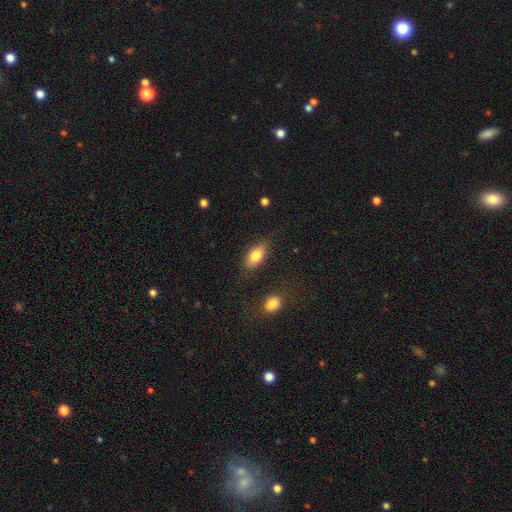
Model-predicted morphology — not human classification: type=smooth (79%); roundness=in between (87%); merging=none (79%).